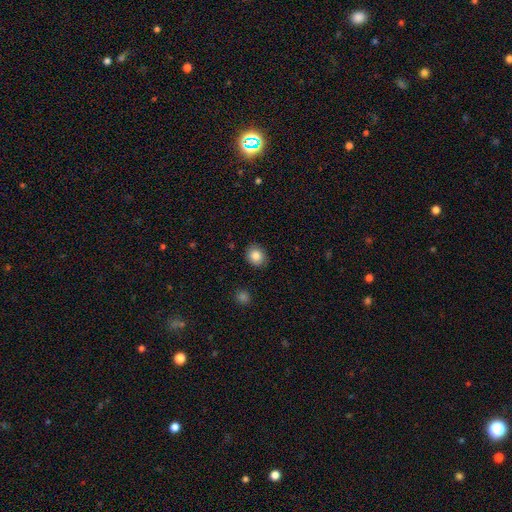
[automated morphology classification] Smooth or featured?
  - smooth: 85% *
  - star or artifact: 9%
  - featured or disk: 6%
How rounded?
  - round: 67% *
  - in between: 32%
  - cigar-shaped: 1%
Merging?
  - none: 88% *
  - minor disturbance: 8%
  - major disturbance: 2%
  - merger: 1%